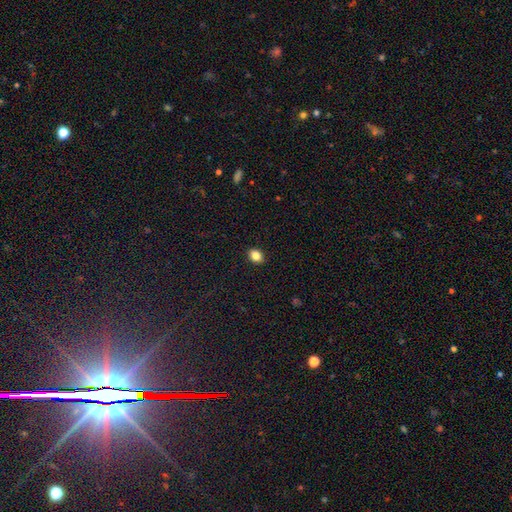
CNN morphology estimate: smooth-or-featured: smooth: 85% | star or artifact: 10% | featured or disk: 5%
  how-rounded: in between: 60% | round: 39% | cigar-shaped: 1%
  merging: none: 91% | minor disturbance: 7% | major disturbance: 2% | merger: 1%